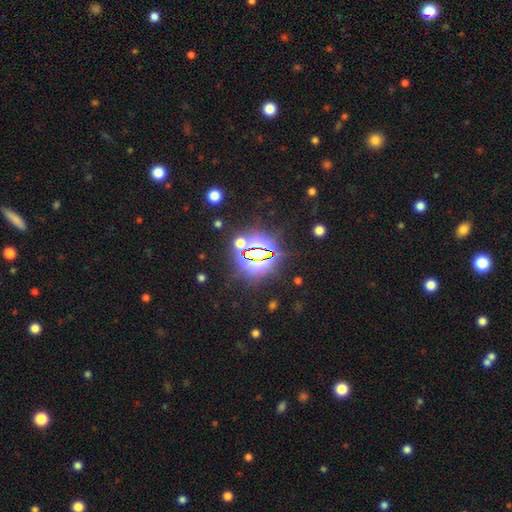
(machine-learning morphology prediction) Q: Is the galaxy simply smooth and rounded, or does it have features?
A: star or artifact — 78%.